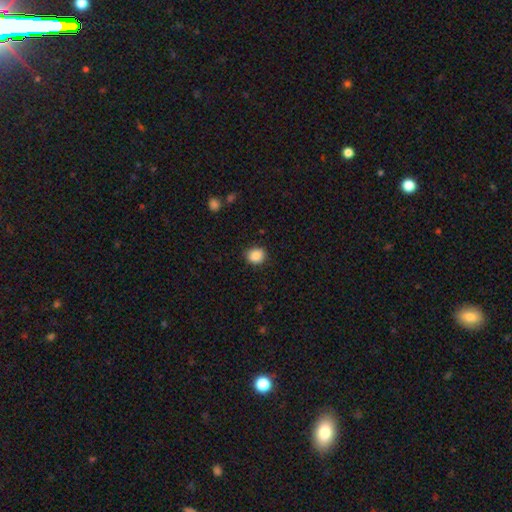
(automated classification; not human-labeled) Smooth or featured: smooth — 87% (star or artifact — 9%)
How rounded: round — 74% (in between — 25%)
Merging: none — 87% (minor disturbance — 9%)